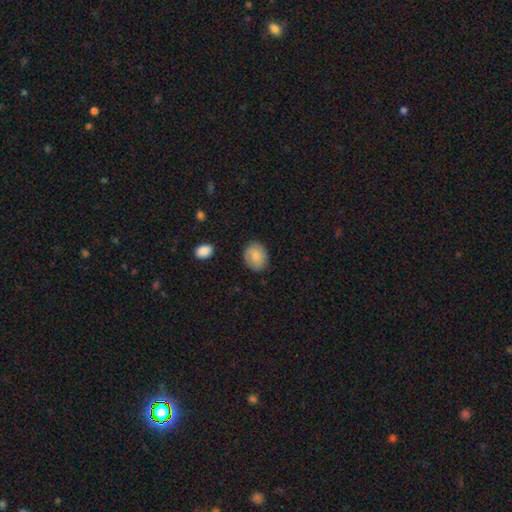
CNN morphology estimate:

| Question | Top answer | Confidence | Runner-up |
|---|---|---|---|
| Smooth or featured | smooth | 78% | featured or disk (15%) |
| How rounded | in between | 50% | round (49%) |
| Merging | none | 81% | minor disturbance (14%) |